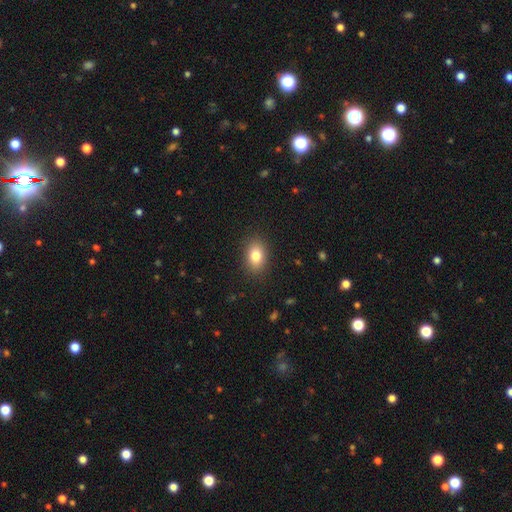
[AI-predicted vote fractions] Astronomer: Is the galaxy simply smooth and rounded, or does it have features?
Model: smooth — 81%.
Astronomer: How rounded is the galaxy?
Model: in between — 81%.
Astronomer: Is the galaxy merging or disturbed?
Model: none — 88%.